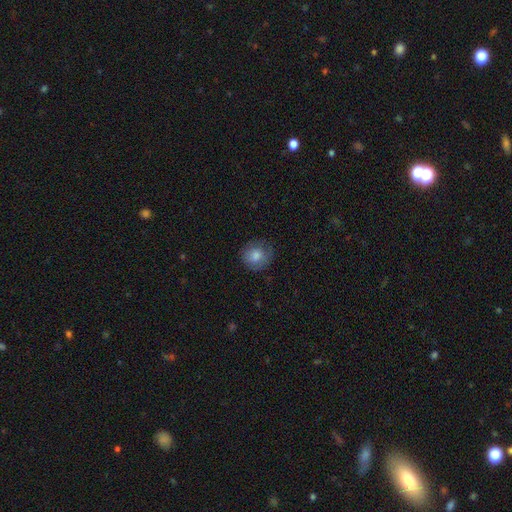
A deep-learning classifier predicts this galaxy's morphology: A smooth galaxy with no disk features (79%) that is round (85%).

Vote fractions:
- Smooth or featured? smooth: 79% / featured or disk: 13% / star or artifact: 8%
- How rounded? round: 85% / in between: 14% / cigar-shaped: 1%
- Merging? none: 75% / minor disturbance: 18% / major disturbance: 6% / merger: 1%